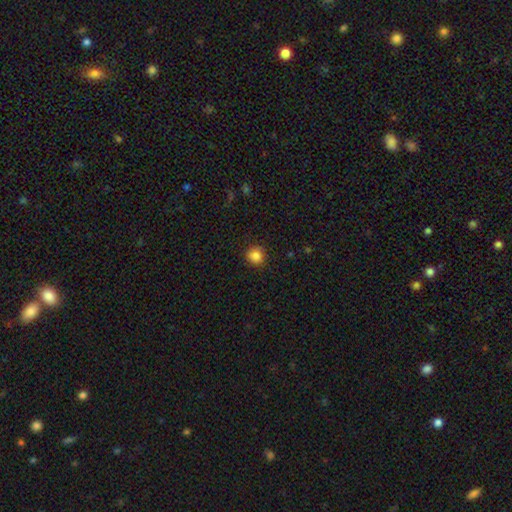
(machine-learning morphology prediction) Q: Smooth or featured?
A: smooth (85%); runner-up: star or artifact (11%)
Q: How rounded?
A: round (89%); runner-up: in between (10%)
Q: Merging?
A: none (87%); runner-up: minor disturbance (10%)